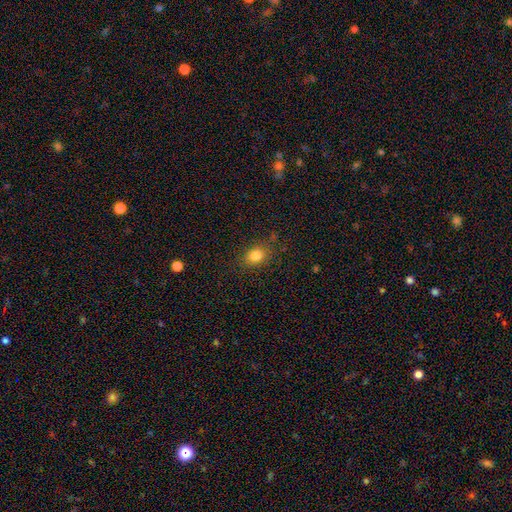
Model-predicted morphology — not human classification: smooth 82%, star or artifact 11%, featured or disk 6%. Down the decision tree: how rounded — in between (57%); merging — none (81%).